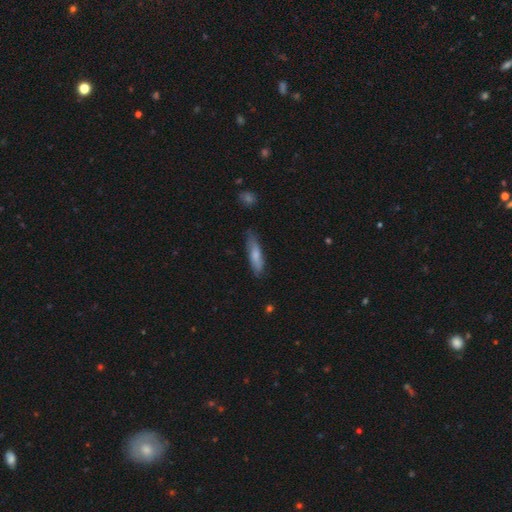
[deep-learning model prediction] The model was most divided on "how rounded": cigar-shaped: 70%, in between: 29%, round: 2%. More confident: merging — none (72%); smooth or featured — smooth (68%).